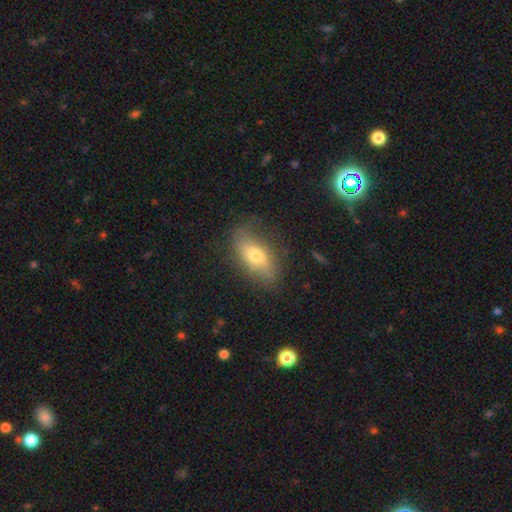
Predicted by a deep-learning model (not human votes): Smooth or featured: smooth — 62% (featured or disk — 29%)
How rounded: in between — 83% (cigar-shaped — 11%)
Merging: none — 72% (minor disturbance — 20%)